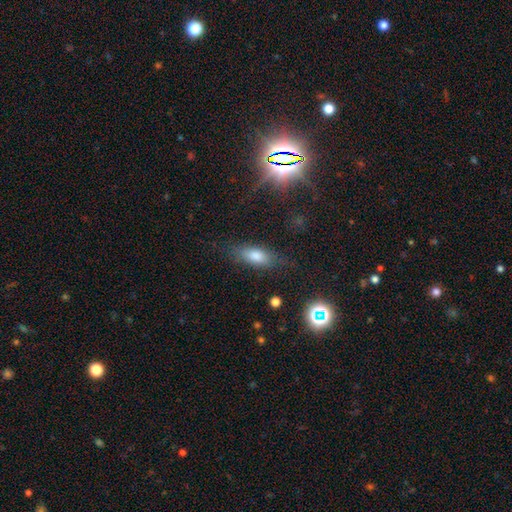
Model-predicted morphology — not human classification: smooth 71%, featured or disk 15%, star or artifact 14%. Down the decision tree: how rounded — in between (73%); merging — none (77%).